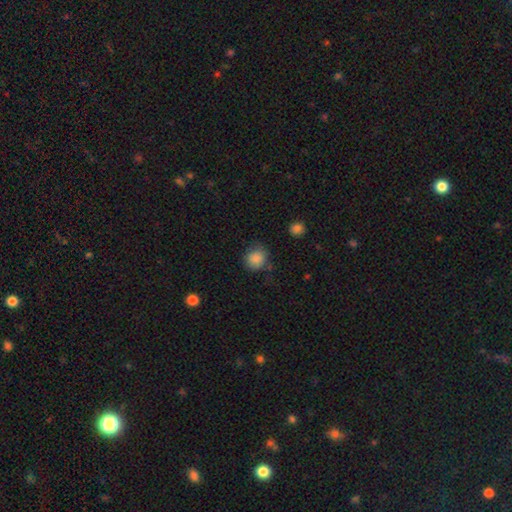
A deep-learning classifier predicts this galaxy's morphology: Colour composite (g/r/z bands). It shows a smooth galaxy with no disk features (85%) that is round (81%). Merging: none (76%).